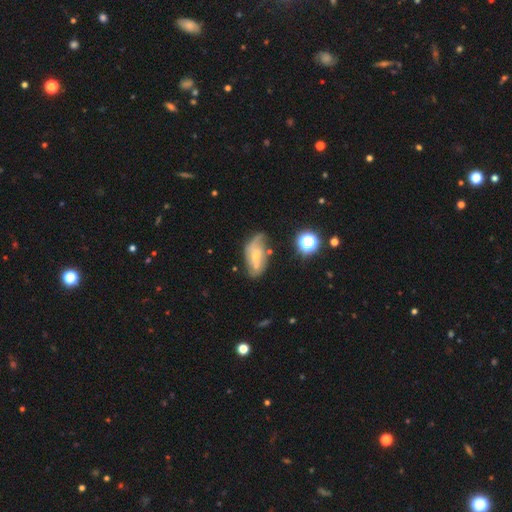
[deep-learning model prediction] Smooth or featured? Predicted: featured or disk (p=0.56). Edge-on disk? Predicted: no (p=0.92). Bar? Predicted: no (p=0.51). Spiral arms? Predicted: yes (p=0.76). Bulge size? Predicted: small (p=0.64). Merging? Predicted: none (p=0.43).